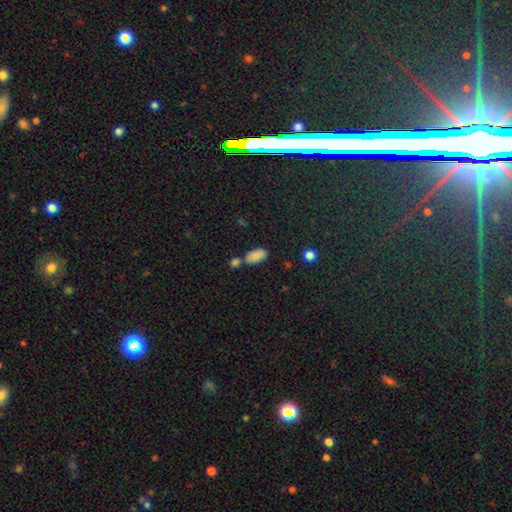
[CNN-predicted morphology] Smooth or featured?
  - smooth: 85% *
  - star or artifact: 9%
  - featured or disk: 6%
How rounded?
  - in between: 92% *
  - cigar-shaped: 5%
  - round: 3%
Merging?
  - none: 54% *
  - merger: 27%
  - minor disturbance: 14%
  - major disturbance: 4%